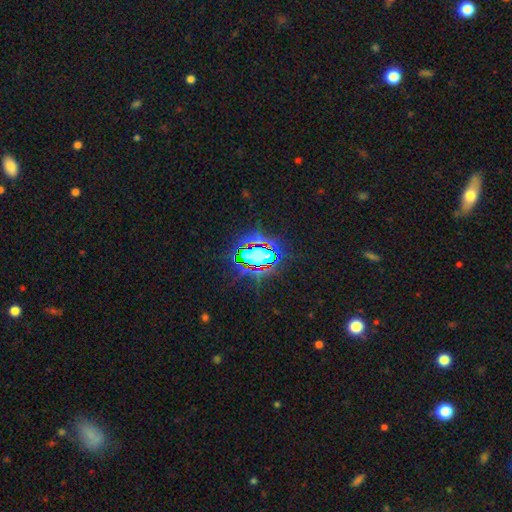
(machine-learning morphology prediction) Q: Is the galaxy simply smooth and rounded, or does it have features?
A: star or artifact — 67%.